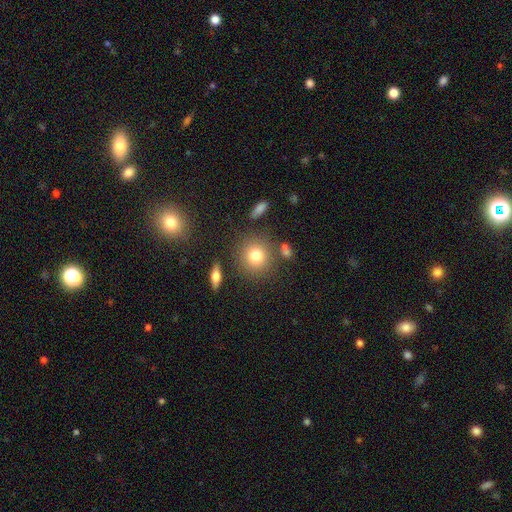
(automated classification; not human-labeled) This is likely a smooth galaxy (78%). How rounded: clearly round (89%). Merging: clearly none (81%).